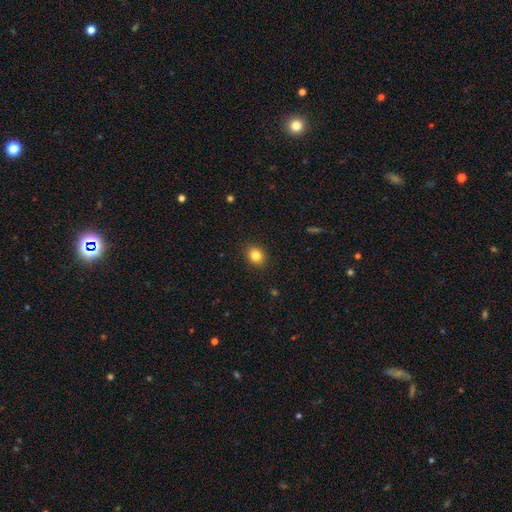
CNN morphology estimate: A smooth galaxy with no disk features (84%) that is round (62%). Merging: none (90%).